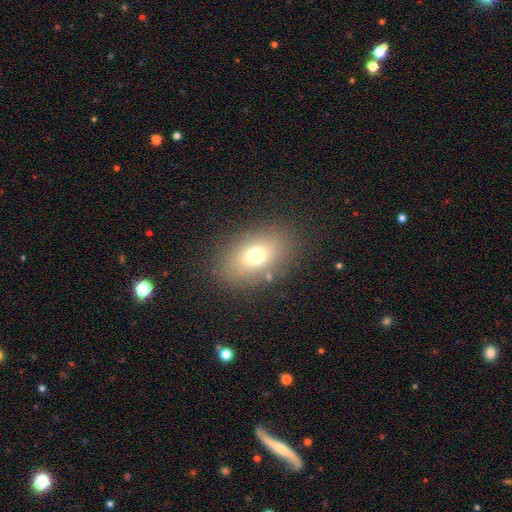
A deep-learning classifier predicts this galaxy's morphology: smooth_or_featured: smooth (p=0.70) [alt: featured or disk p=0.16]
how_rounded: in between (p=0.78) [alt: round p=0.20]
merging: none (p=0.82) [alt: minor disturbance p=0.11]